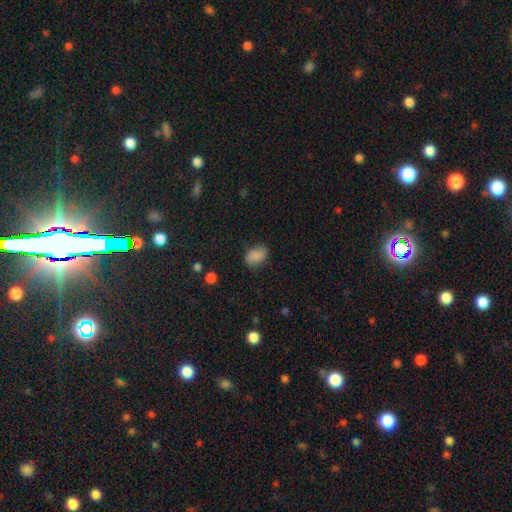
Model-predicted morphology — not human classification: This appears to be a smooth galaxy with no disk features (85%) that is in between round and cigar-shaped (83%). Merging: none (79%).